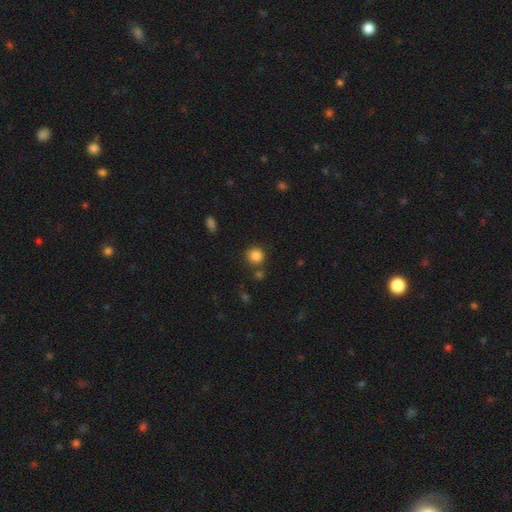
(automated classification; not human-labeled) Smooth or featured?
  - smooth: 85% *
  - star or artifact: 11%
  - featured or disk: 4%
How rounded?
  - round: 90% *
  - in between: 9%
  - cigar-shaped: 1%
Merging?
  - none: 79% *
  - minor disturbance: 10%
  - merger: 8%
  - major disturbance: 3%